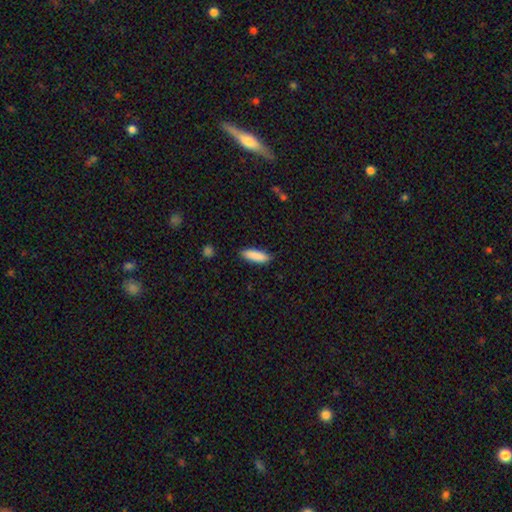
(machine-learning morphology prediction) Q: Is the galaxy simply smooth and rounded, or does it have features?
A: smooth — 88%.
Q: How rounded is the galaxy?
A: cigar-shaped — 52%.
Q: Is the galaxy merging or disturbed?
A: none — 87%.